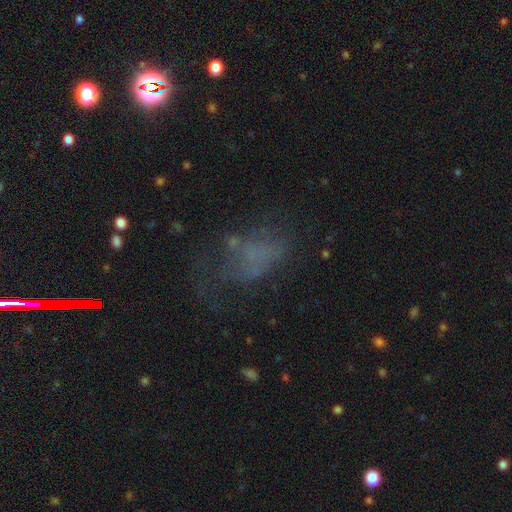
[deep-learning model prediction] Morphology: type=smooth (41%); merging=none (40%).